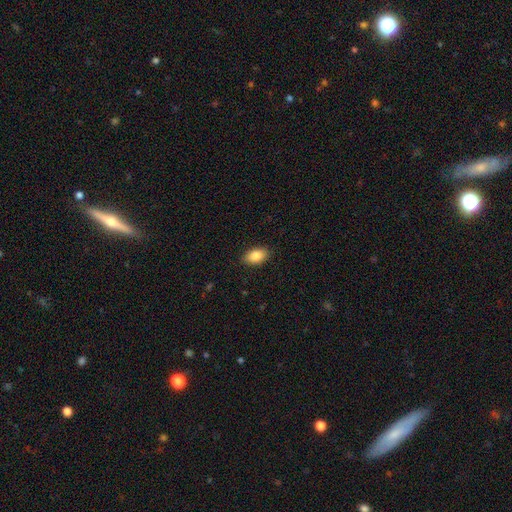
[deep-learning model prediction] Morphology: type=smooth (86%); roundness=in between (91%); merging=none (89%).